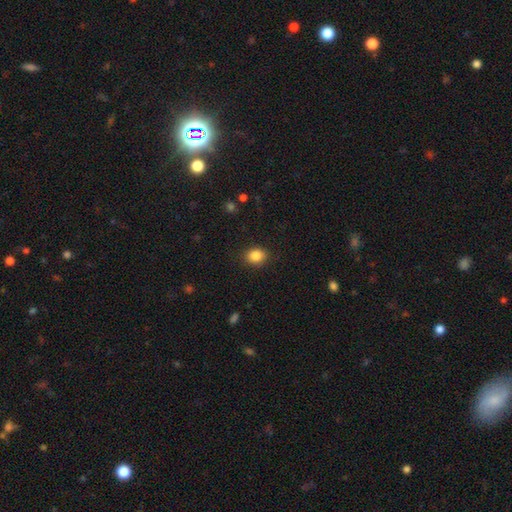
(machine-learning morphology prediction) Smooth or featured? smooth (86%)
How rounded? in between (50%)
Merging? none (88%)